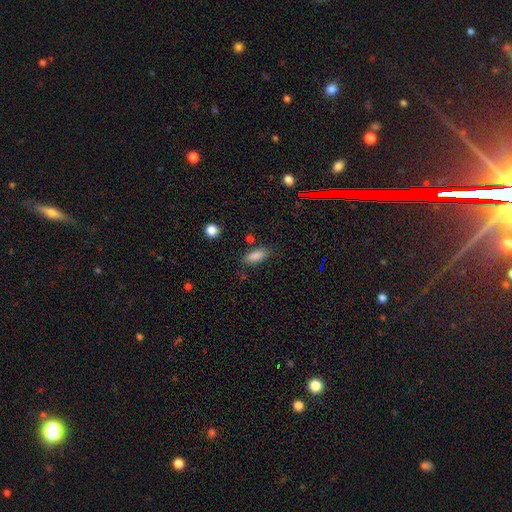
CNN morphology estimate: A smooth galaxy with no disk features (86%) that is in between round and cigar-shaped (79%). Merging: none (80%).